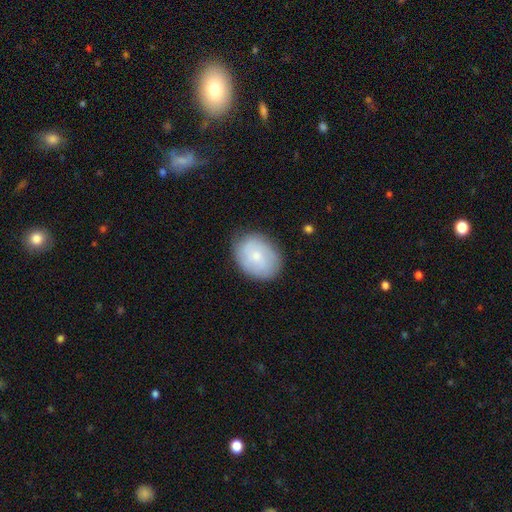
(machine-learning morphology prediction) Smooth or featured?
  - smooth: 63% *
  - featured or disk: 30%
  - star or artifact: 8%
How rounded?
  - in between: 61% *
  - round: 38%
  - cigar-shaped: 1%
Merging?
  - none: 81% *
  - minor disturbance: 14%
  - major disturbance: 3%
  - merger: 1%